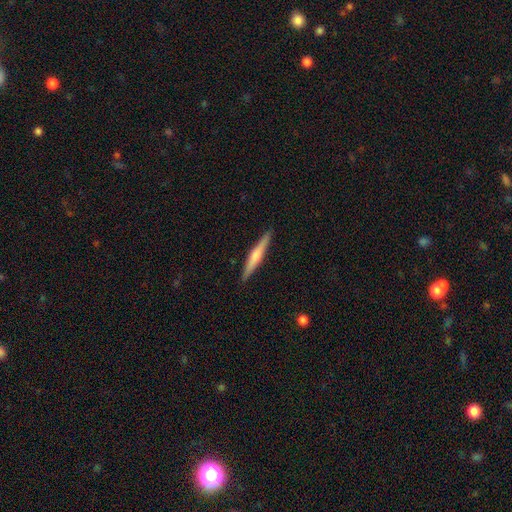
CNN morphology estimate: Smooth or featured? Predicted: featured or disk (p=0.50). Merging? Predicted: none (p=0.91).